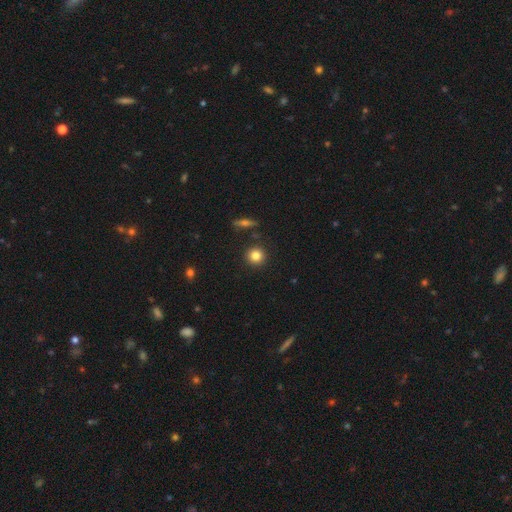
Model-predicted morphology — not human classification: Smooth or featured?
  - smooth: 82% *
  - star or artifact: 10%
  - featured or disk: 8%
How rounded?
  - round: 93% *
  - in between: 6%
  - cigar-shaped: 1%
Merging?
  - none: 89% *
  - minor disturbance: 6%
  - merger: 3%
  - major disturbance: 2%